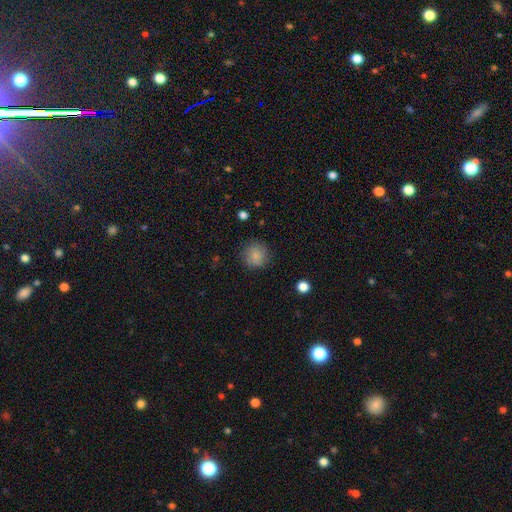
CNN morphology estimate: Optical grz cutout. It shows a smooth galaxy with no disk features (84%) that is round (93%). Merging: none (84%).